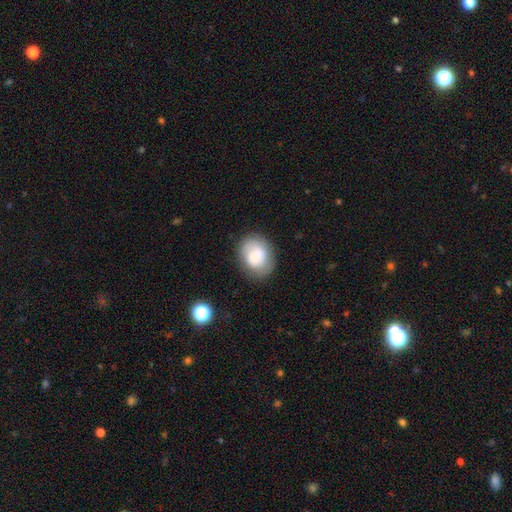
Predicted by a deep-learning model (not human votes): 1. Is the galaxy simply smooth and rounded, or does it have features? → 63% smooth, 29% featured or disk, 8% star or artifact.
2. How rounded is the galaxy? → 51% round, 48% in between, 1% cigar-shaped.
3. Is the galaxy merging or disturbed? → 75% none, 16% minor disturbance, 6% major disturbance, 2% merger.